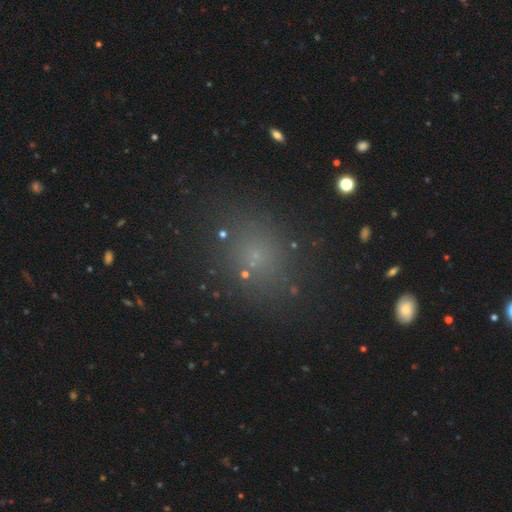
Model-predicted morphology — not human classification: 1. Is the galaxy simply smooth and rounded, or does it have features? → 59% smooth, 30% star or artifact, 11% featured or disk.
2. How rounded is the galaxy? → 58% round, 40% in between, 2% cigar-shaped.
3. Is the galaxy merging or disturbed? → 79% none, 12% minor disturbance, 6% major disturbance, 3% merger.